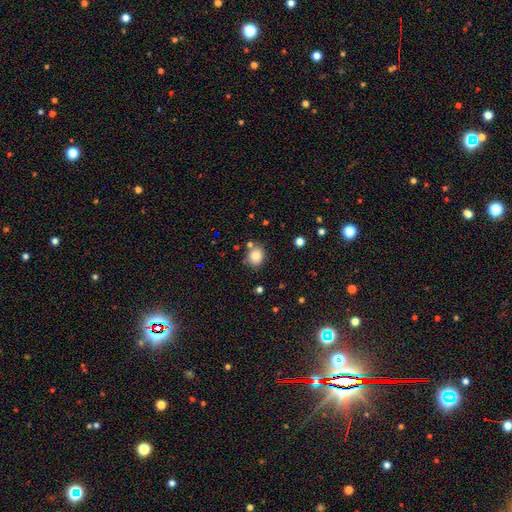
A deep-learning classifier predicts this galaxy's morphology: Smooth or featured? smooth (82%)
How rounded? round (59%)
Merging? none (75%)